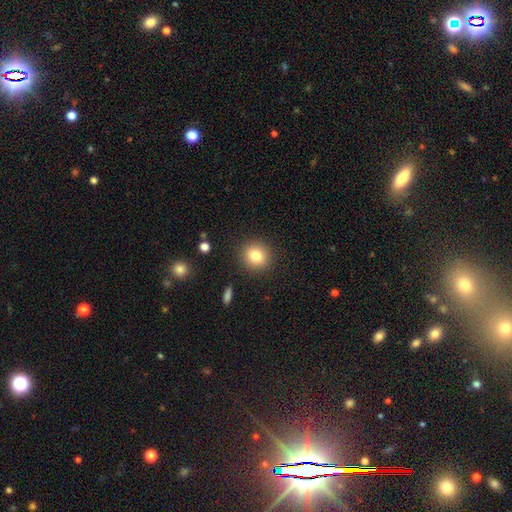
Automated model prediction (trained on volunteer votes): Smooth or featured?
  - smooth: 82% *
  - star or artifact: 10%
  - featured or disk: 8%
How rounded?
  - round: 86% *
  - in between: 13%
  - cigar-shaped: 1%
Merging?
  - none: 89% *
  - minor disturbance: 7%
  - major disturbance: 2%
  - merger: 1%